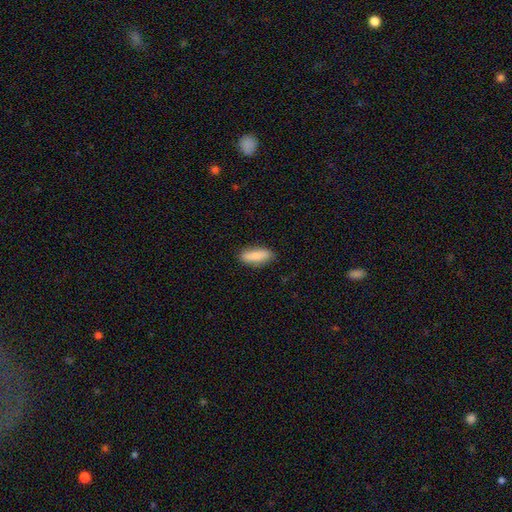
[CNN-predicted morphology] The model was most divided on "how rounded": in between: 63%, cigar-shaped: 35%, round: 2%. More confident: smooth or featured — smooth (86%); merging — none (86%).